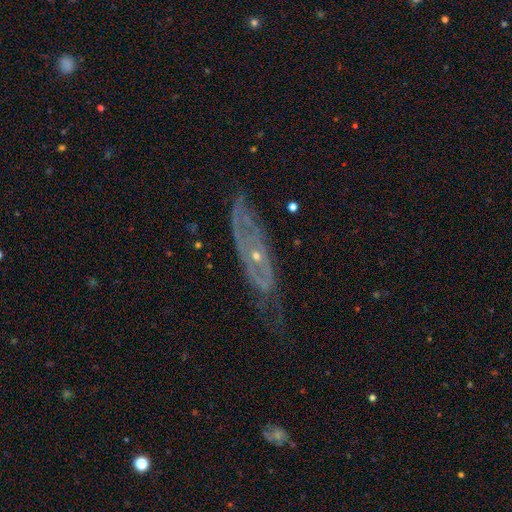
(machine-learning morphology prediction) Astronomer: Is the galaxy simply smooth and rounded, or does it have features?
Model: featured or disk — 77%.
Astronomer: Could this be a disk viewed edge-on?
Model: no — 72%.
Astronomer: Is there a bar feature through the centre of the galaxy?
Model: no — 76%.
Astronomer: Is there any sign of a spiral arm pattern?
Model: yes — 74%.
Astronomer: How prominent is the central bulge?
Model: small — 74%.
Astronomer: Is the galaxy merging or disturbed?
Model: none — 59%.